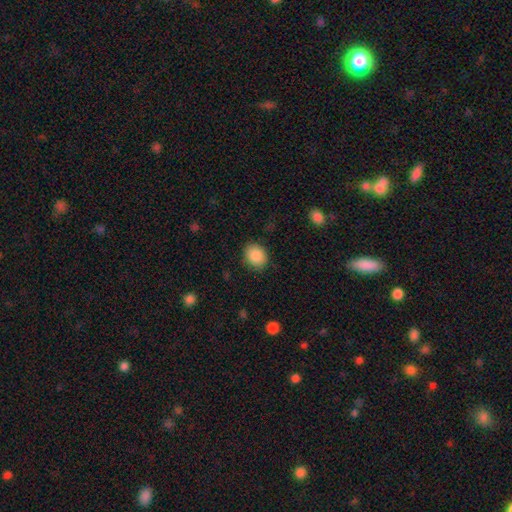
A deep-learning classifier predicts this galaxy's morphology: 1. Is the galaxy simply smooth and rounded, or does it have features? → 88% smooth, 8% star or artifact, 4% featured or disk.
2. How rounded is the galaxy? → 60% round, 39% in between, 1% cigar-shaped.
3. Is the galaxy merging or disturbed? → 87% none, 9% minor disturbance, 3% major disturbance, 1% merger.